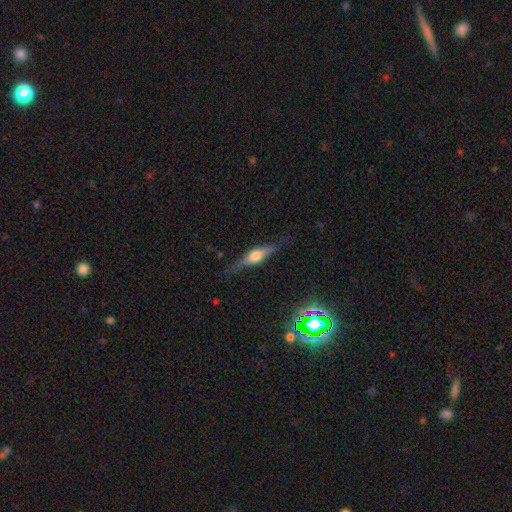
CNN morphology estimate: Smooth or featured: featured or disk — 60% (smooth — 32%)
Edge-on disk: yes — 93% (no — 7%)
Edge-on bulge: rounded — 86% (boxy — 11%)
Merging: none — 75% (minor disturbance — 18%)